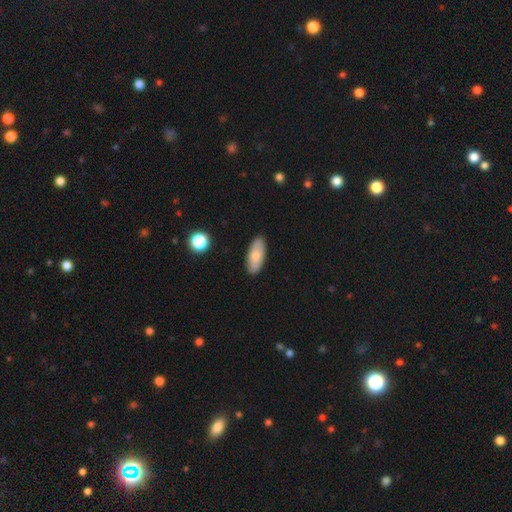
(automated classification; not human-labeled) Overall: smooth (77%). How rounded: in between (83%). Merging: none (88%).